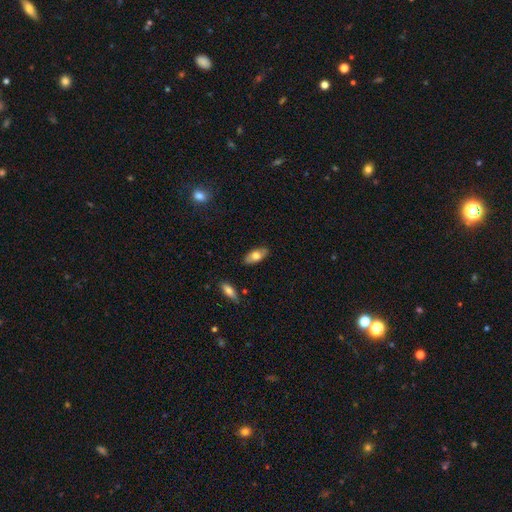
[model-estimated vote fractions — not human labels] Smooth or featured: smooth — 70% (featured or disk — 23%)
How rounded: in between — 87% (cigar-shaped — 11%)
Merging: none — 85% (minor disturbance — 11%)